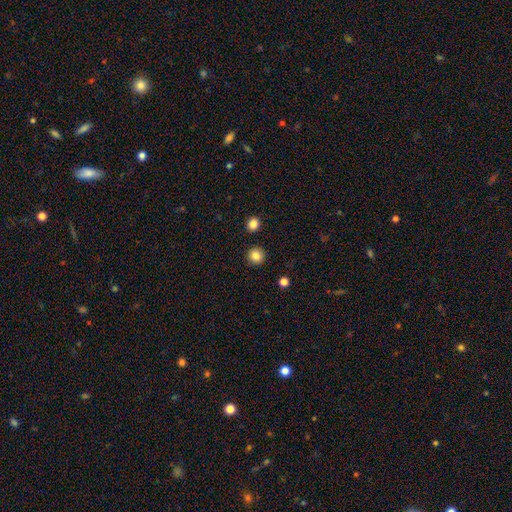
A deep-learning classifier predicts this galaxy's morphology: Overall: smooth (85%). How rounded: round (94%). Merging: none (92%).